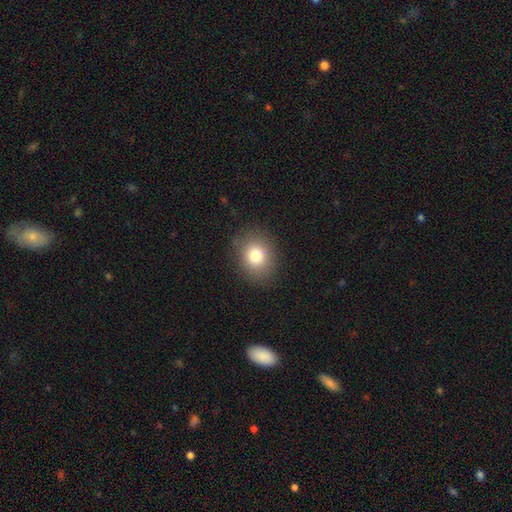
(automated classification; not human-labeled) Smooth or featured?
  - smooth: 80% *
  - star or artifact: 11%
  - featured or disk: 9%
How rounded?
  - round: 56% *
  - in between: 43%
  - cigar-shaped: 1%
Merging?
  - none: 86% *
  - minor disturbance: 9%
  - major disturbance: 3%
  - merger: 1%